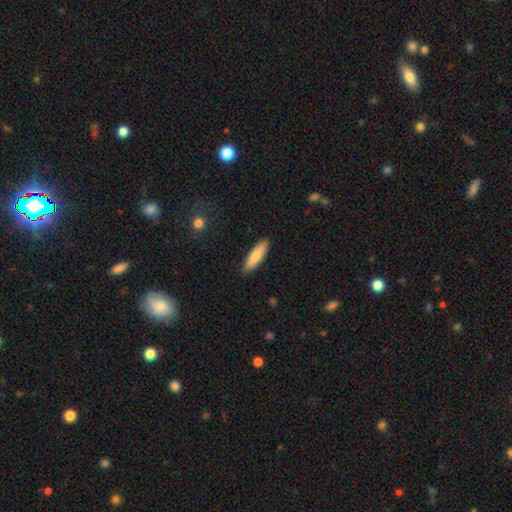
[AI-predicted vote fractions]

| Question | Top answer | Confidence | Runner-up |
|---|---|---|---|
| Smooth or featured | smooth | 81% | featured or disk (14%) |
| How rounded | cigar-shaped | 63% | in between (36%) |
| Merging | none | 88% | minor disturbance (9%) |